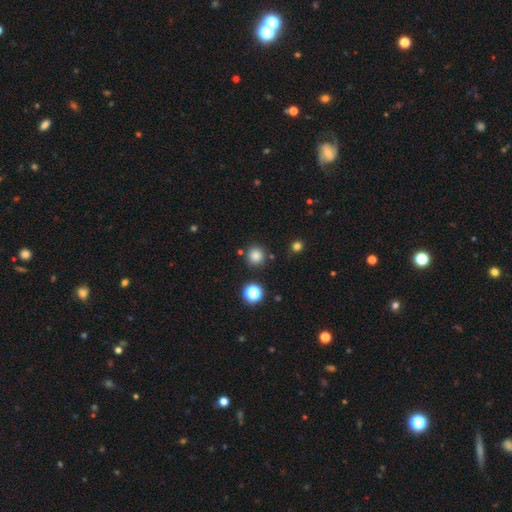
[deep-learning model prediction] Morphology: type=smooth (81%); roundness=round (94%); merging=none (85%).